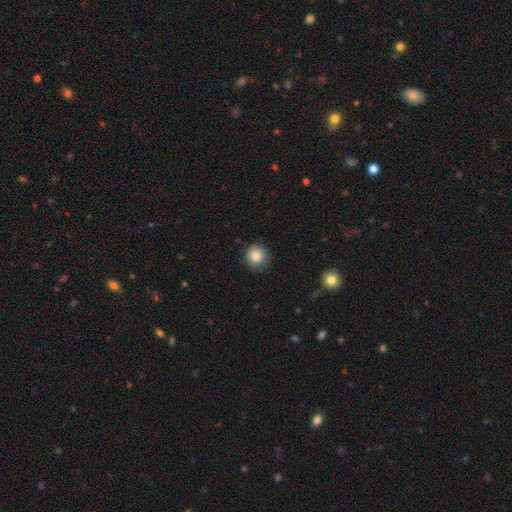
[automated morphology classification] A smooth galaxy with no disk features (82%) that is round (90%).

Vote fractions:
- Smooth or featured? smooth: 82% / star or artifact: 9% / featured or disk: 8%
- How rounded? round: 90% / in between: 9% / cigar-shaped: 1%
- Merging? none: 78% / minor disturbance: 17% / major disturbance: 4% / merger: 1%